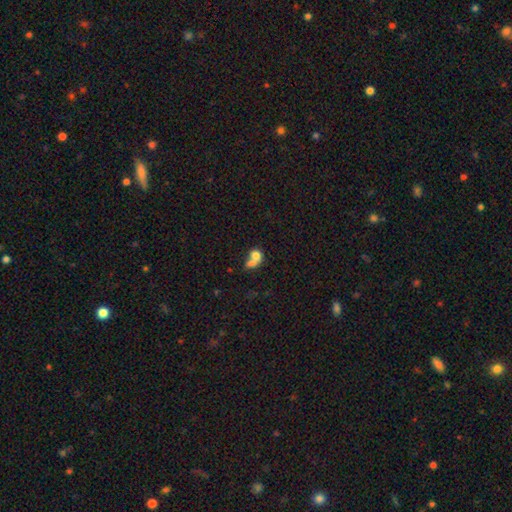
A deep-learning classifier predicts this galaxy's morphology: smooth_or_featured: smooth (p=0.71) [alt: featured or disk p=0.19]
how_rounded: round (p=0.53) [alt: in between p=0.45]
merging: merger (p=0.66) [alt: none p=0.19]